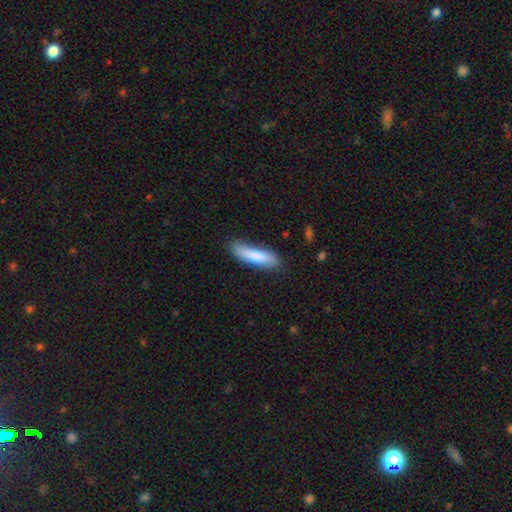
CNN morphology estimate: A smooth galaxy with no disk features (84%) that is cigar-shaped (76%). Merging: none (76%).